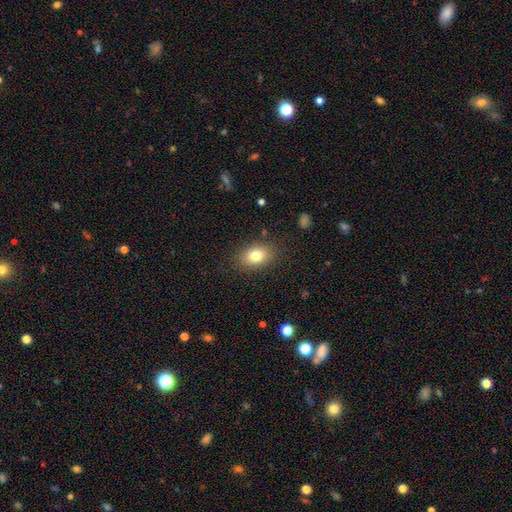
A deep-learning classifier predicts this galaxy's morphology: This is likely a smooth galaxy (79%). How rounded: likely in between (77%). Merging: clearly none (84%).